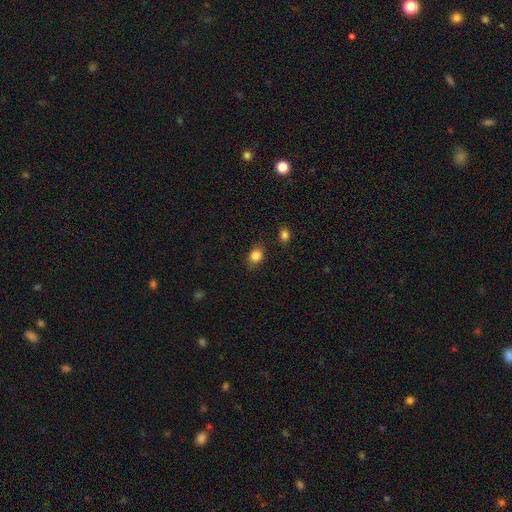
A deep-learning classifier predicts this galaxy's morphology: smooth_or_featured: smooth (p=0.84) [alt: star or artifact p=0.11]
how_rounded: in between (p=0.52) [alt: round p=0.47]
merging: none (p=0.81) [alt: minor disturbance p=0.13]